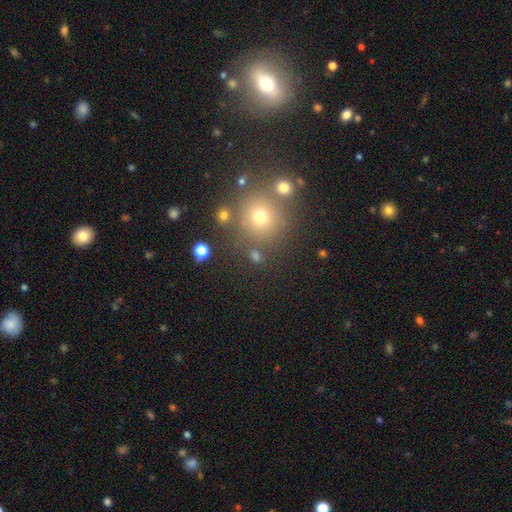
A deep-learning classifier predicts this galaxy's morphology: The model was most divided on "smooth or featured": smooth: 61%, star or artifact: 29%, featured or disk: 10%. More confident: how rounded — round (89%); merging — none (77%).